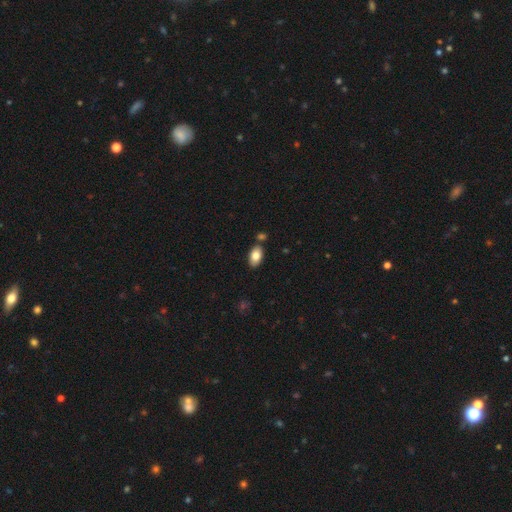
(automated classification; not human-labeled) Smooth or featured? smooth (81%)
How rounded? in between (93%)
Merging? none (79%)